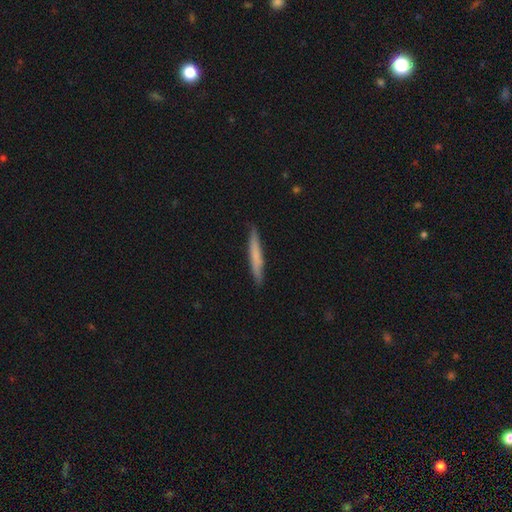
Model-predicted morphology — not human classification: The model was most divided on "smooth or featured": smooth: 66%, featured or disk: 28%, star or artifact: 6%. More confident: how rounded — cigar-shaped (95%); merging — none (89%).